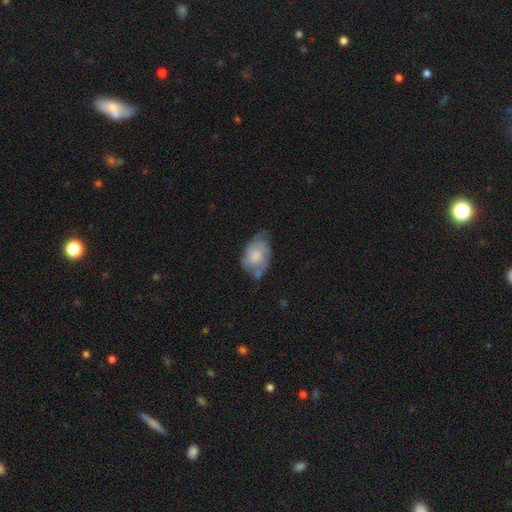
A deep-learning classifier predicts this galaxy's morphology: This is possibly a smooth galaxy (47%). Merging: marginally none (44%).